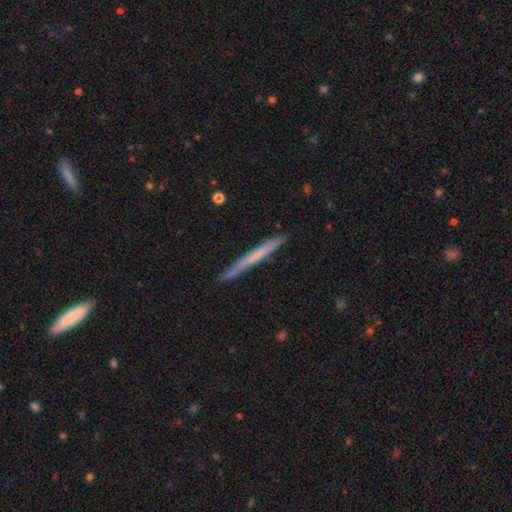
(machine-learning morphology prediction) A smooth galaxy with no disk features (53%) that is cigar-shaped (97%).

Vote fractions:
- Smooth or featured? smooth: 53% / featured or disk: 41% / star or artifact: 6%
- How rounded? cigar-shaped: 97% / in between: 2% / round: 1%
- Merging? none: 88% / minor disturbance: 9% / major disturbance: 1% / merger: 1%